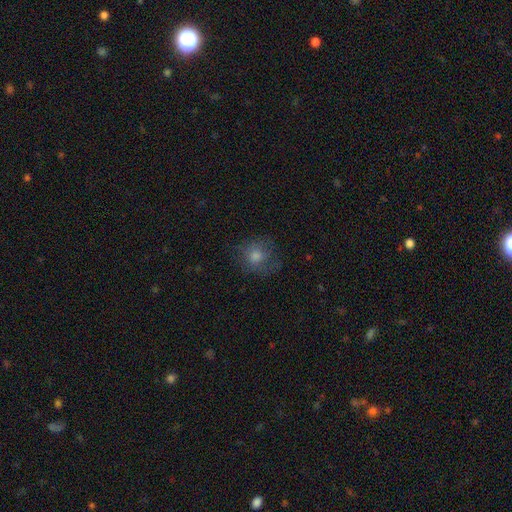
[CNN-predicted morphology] This is likely a smooth galaxy (63%). How rounded: clearly round (83%). Merging: likely none (70%).